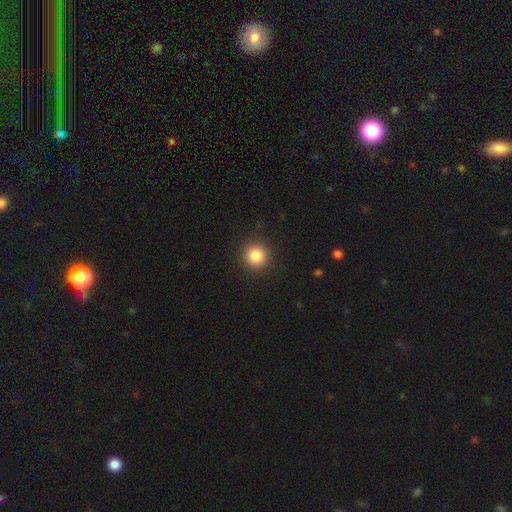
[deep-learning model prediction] Smooth or featured?
  - smooth: 85% *
  - star or artifact: 10%
  - featured or disk: 5%
How rounded?
  - round: 94% *
  - in between: 5%
  - cigar-shaped: 1%
Merging?
  - none: 92% *
  - minor disturbance: 5%
  - major disturbance: 2%
  - merger: 1%